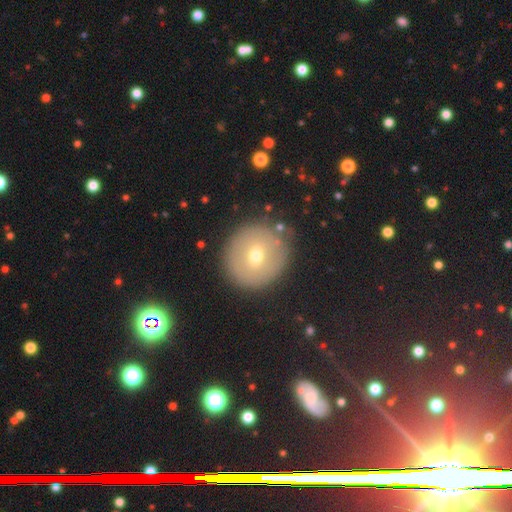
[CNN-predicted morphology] Smooth or featured? smooth (55%)
How rounded? round (89%)
Merging? none (86%)